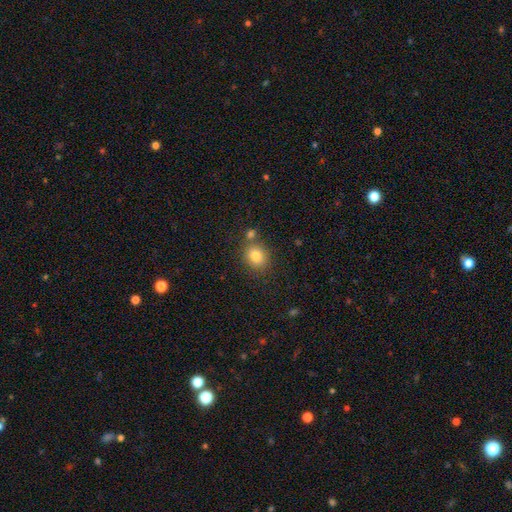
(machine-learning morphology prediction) A smooth galaxy with no disk features (81%) that is round (66%). Merging: none (70%).